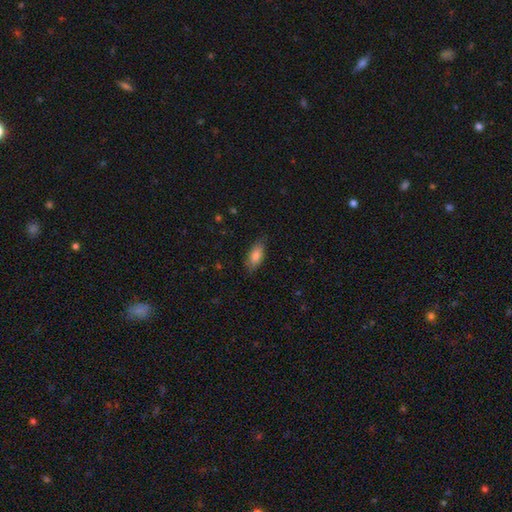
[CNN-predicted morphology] Overall: smooth (81%). How rounded: in between (84%). Merging: none (78%).